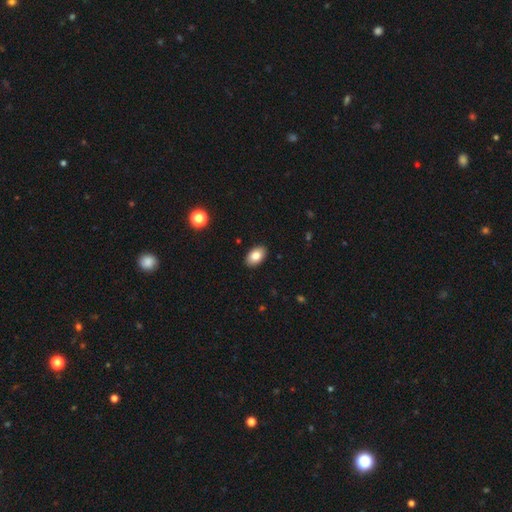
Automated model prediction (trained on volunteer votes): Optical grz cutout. It shows a smooth galaxy with no disk features (84%) that is in between round and cigar-shaped (91%). Merging: none (90%).